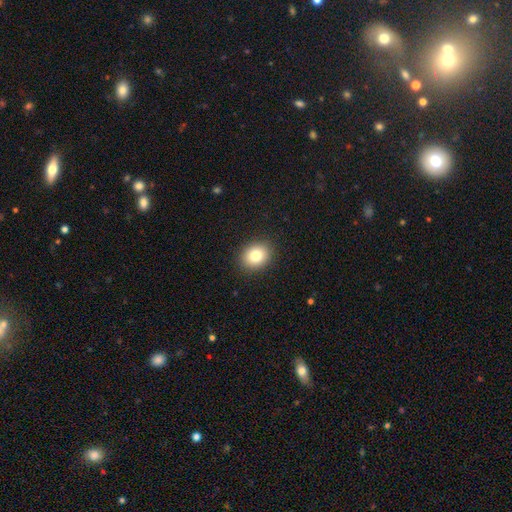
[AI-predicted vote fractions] smooth_or_featured: smooth (p=0.82) [alt: star or artifact p=0.10]
how_rounded: round (p=0.57) [alt: in between p=0.42]
merging: none (p=0.90) [alt: minor disturbance p=0.07]